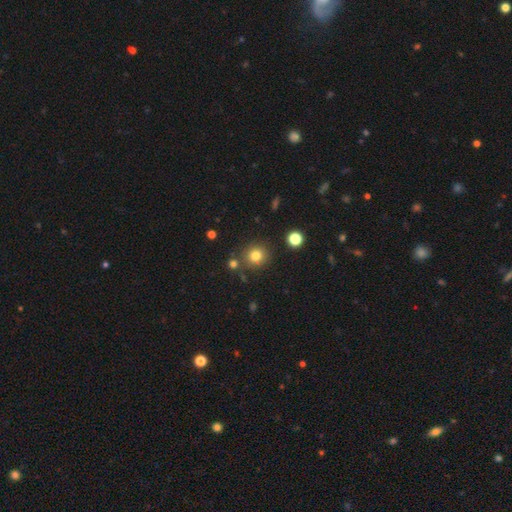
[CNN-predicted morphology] Smooth or featured?
  - smooth: 79% *
  - star or artifact: 14%
  - featured or disk: 7%
How rounded?
  - round: 88% *
  - in between: 11%
  - cigar-shaped: 1%
Merging?
  - none: 80% *
  - minor disturbance: 9%
  - merger: 7%
  - major disturbance: 3%